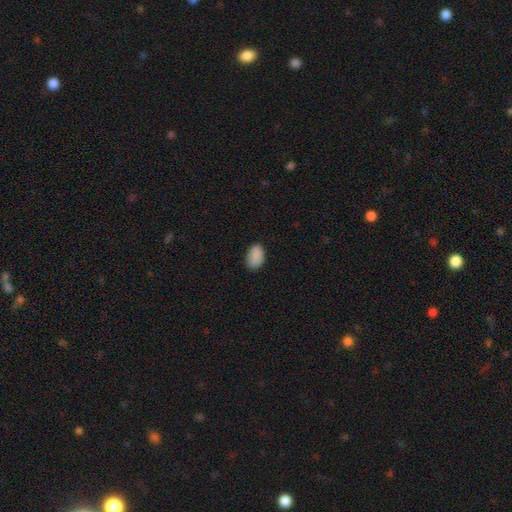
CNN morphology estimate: smooth-or-featured: smooth: 89% | star or artifact: 8% | featured or disk: 3%
  how-rounded: in between: 90% | round: 8% | cigar-shaped: 1%
  merging: none: 83% | minor disturbance: 14% | major disturbance: 3% | merger: 1%